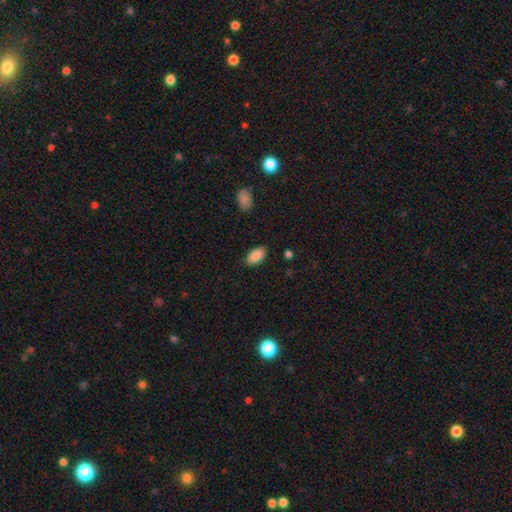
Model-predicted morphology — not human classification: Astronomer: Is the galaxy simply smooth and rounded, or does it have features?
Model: smooth — 88%.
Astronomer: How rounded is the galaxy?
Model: in between — 94%.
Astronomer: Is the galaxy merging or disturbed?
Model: none — 86%.